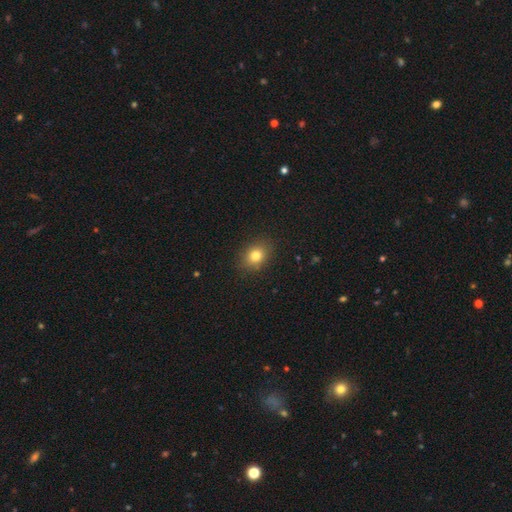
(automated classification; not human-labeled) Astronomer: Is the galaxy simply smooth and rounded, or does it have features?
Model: smooth — 79%.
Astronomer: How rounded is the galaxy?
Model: in between — 54% (runner-up: round, 45%).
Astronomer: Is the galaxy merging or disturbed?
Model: none — 88%.